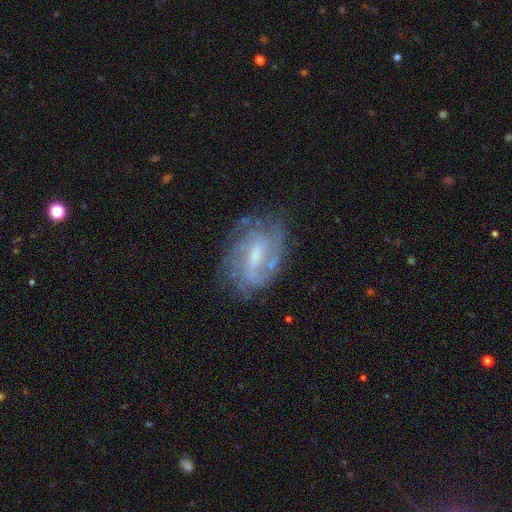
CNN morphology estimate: This is likely a featured or disk galaxy (79%). It is clearly not viewed edge-on (95%). Bar: possibly weak (53%). Spiral arm pattern: clearly yes (89%). Spiral arm count: marginally can't tell (38%). Spiral winding: possibly tight (50%). Central bulge: marginally small (42%). Merging: likely none (68%).